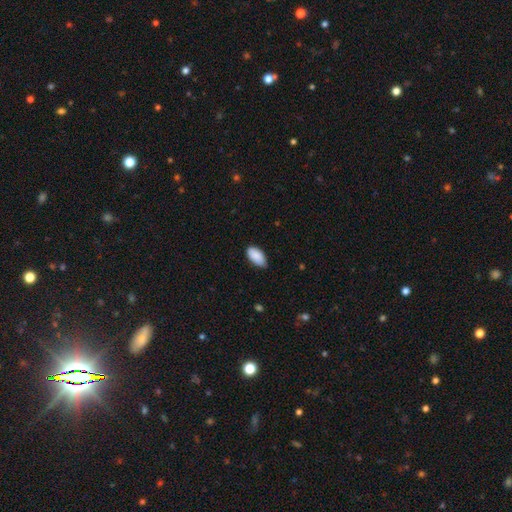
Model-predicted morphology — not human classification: type=smooth (89%); roundness=in between (95%); merging=none (72%).